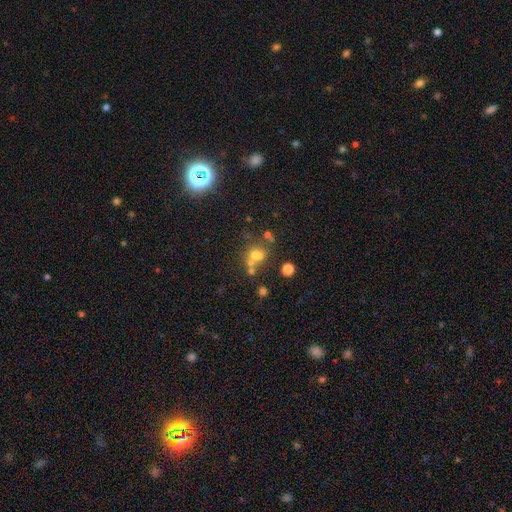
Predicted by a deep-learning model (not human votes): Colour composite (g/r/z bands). It shows a smooth galaxy with no disk features (63%) that is round (62%). Merging: none (45%).